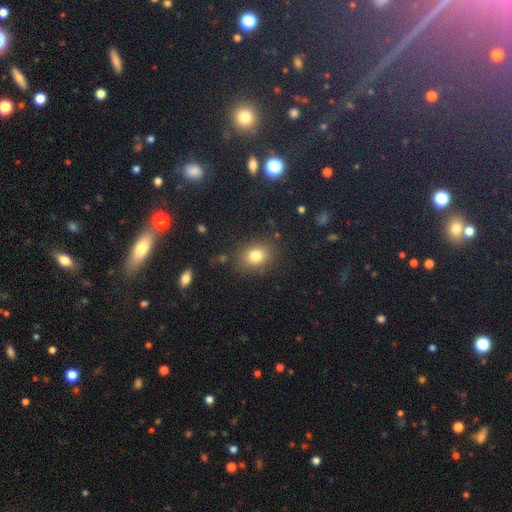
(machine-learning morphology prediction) Smooth or featured?
  - smooth: 78% *
  - star or artifact: 13%
  - featured or disk: 9%
How rounded?
  - in between: 51% *
  - round: 48%
  - cigar-shaped: 1%
Merging?
  - none: 83% *
  - minor disturbance: 11%
  - major disturbance: 4%
  - merger: 2%